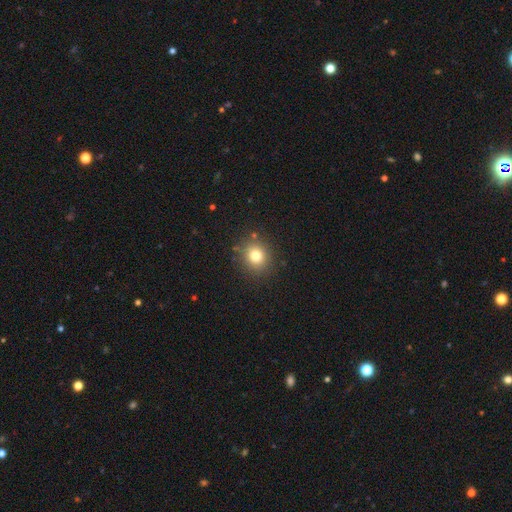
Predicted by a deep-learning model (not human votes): smooth-or-featured: smooth: 78% | star or artifact: 14% | featured or disk: 8%
  how-rounded: round: 85% | in between: 15% | cigar-shaped: 1%
  merging: none: 87% | minor disturbance: 8% | major disturbance: 3% | merger: 2%